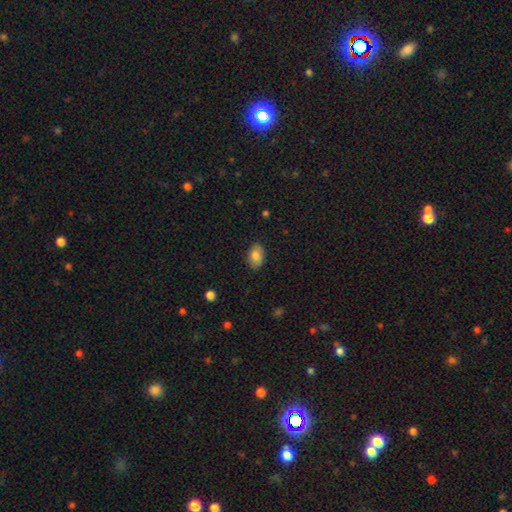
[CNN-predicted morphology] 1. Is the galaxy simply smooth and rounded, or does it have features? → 81% smooth, 12% featured or disk, 7% star or artifact.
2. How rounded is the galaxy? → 87% in between, 12% round, 1% cigar-shaped.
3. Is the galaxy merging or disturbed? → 87% none, 10% minor disturbance, 2% major disturbance, 1% merger.